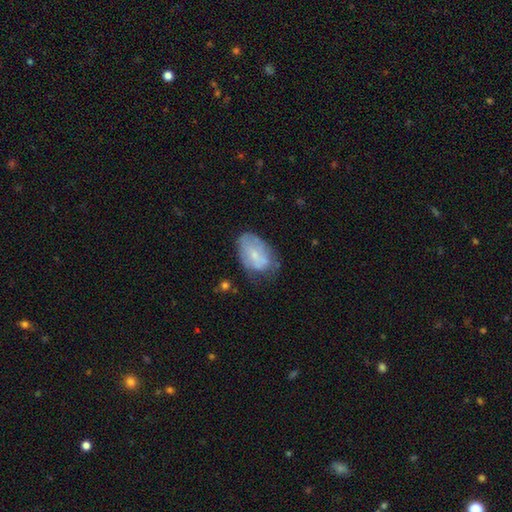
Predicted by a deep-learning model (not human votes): A smooth galaxy with no disk features (50%).

Vote fractions:
- Smooth or featured? smooth: 50% / featured or disk: 42% / star or artifact: 8%
- Merging? none: 47% / minor disturbance: 33% / major disturbance: 16% / merger: 4%